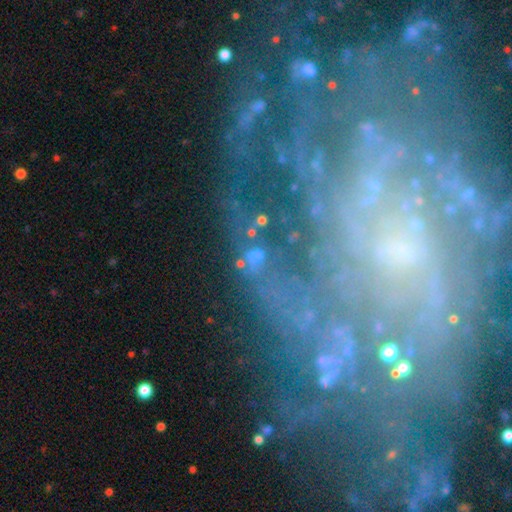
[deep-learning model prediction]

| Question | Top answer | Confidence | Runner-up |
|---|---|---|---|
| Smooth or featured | star or artifact | 41% | featured or disk (36%) |